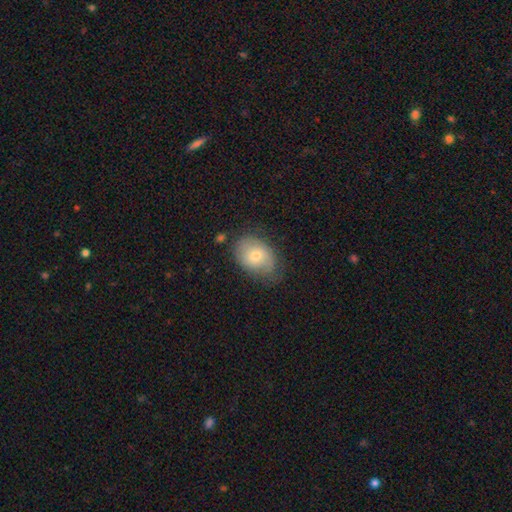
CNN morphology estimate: Smooth or featured: smooth — 66% (featured or disk — 26%)
How rounded: in between — 71% (round — 28%)
Merging: none — 61% (minor disturbance — 28%)